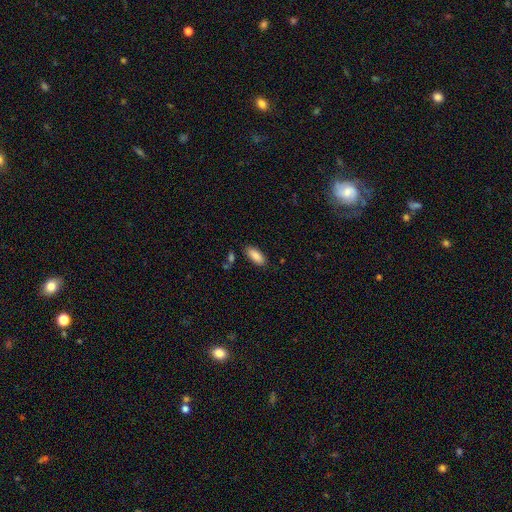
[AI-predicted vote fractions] Morphology: type=smooth (87%); roundness=in between (85%); merging=none (84%).